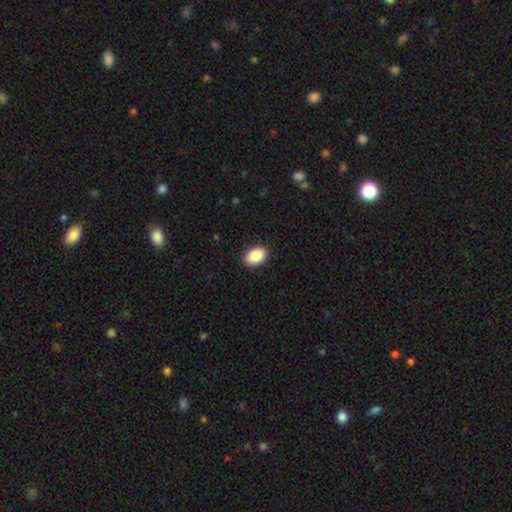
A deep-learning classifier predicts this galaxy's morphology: This is clearly a smooth galaxy (88%). How rounded: clearly in between (87%). Merging: clearly none (91%).